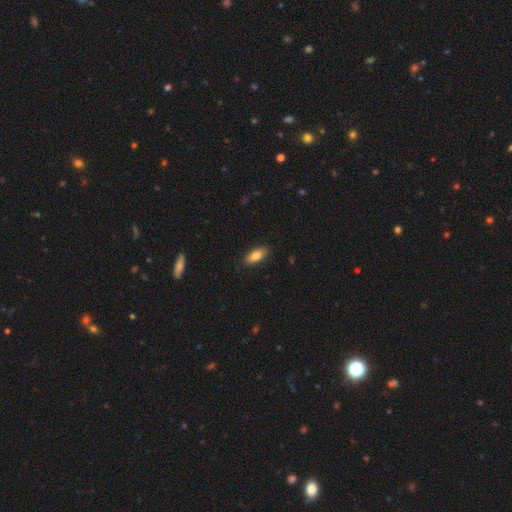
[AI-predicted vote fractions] smooth-or-featured: smooth: 83% | featured or disk: 10% | star or artifact: 7%
  how-rounded: in between: 84% | cigar-shaped: 13% | round: 2%
  merging: none: 87% | minor disturbance: 10% | major disturbance: 2% | merger: 1%